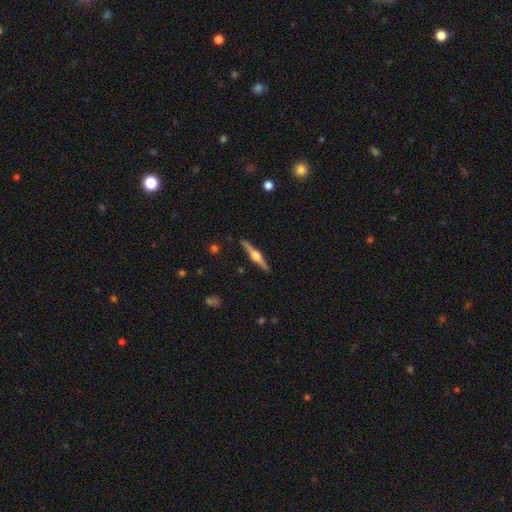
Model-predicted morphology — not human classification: Smooth or featured? Predicted: featured or disk (p=0.82). Edge-on disk? Predicted: yes (p=0.98). Edge-on bulge? Predicted: rounded (p=0.94). Merging? Predicted: none (p=0.91).